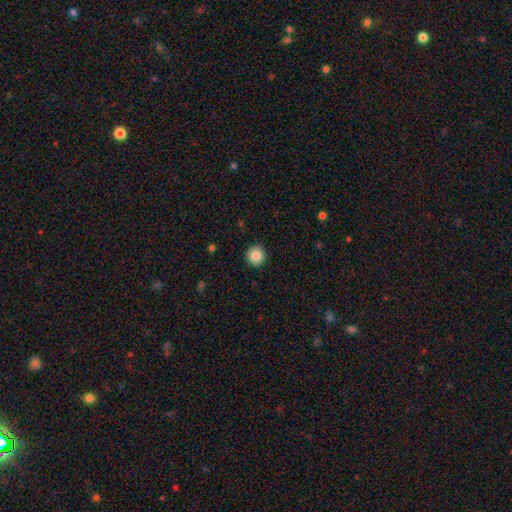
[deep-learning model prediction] Morphology: type=smooth (86%); roundness=round (95%); merging=none (92%).